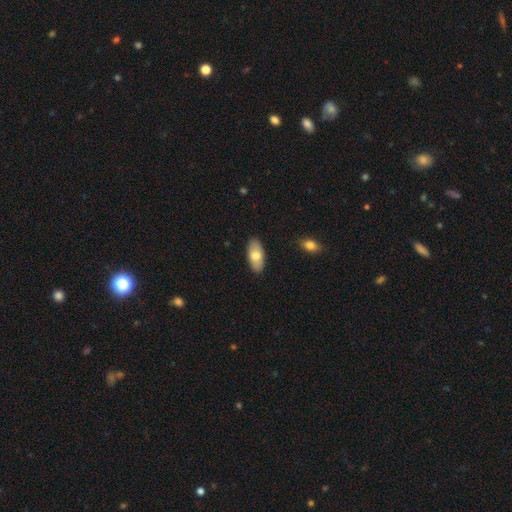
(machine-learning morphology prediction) The model was most divided on "smooth or featured": smooth: 72%, featured or disk: 22%, star or artifact: 6%. More confident: how rounded — in between (92%); merging — none (89%).